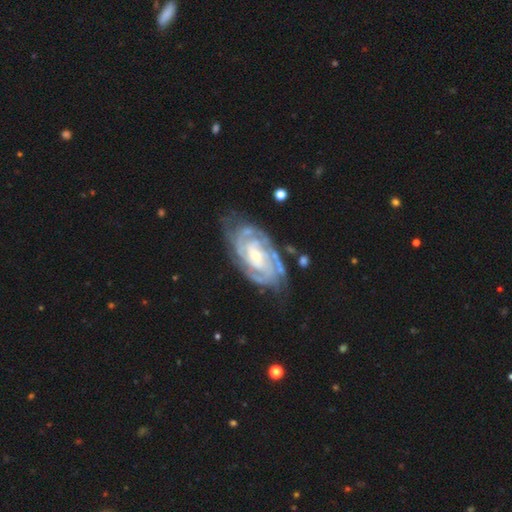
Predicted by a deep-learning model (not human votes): This appears to be a featured or disk galaxy (91%) with no bar (58%), 2 (27%) tight (76%) spiral arms (98%) and a small central bulge (57%). Merging: none (70%).